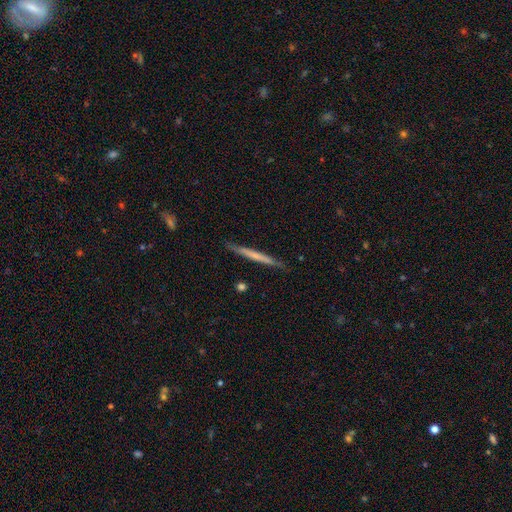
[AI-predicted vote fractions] This appears to be a smooth galaxy with no disk features (53%) that is cigar-shaped (97%). Merging: none (89%).